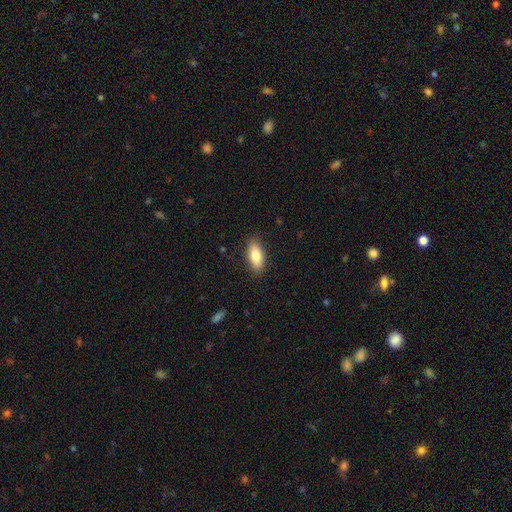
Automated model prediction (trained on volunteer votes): smooth_or_featured: smooth (p=0.81) [alt: featured or disk p=0.12]
how_rounded: in between (p=0.81) [alt: cigar-shaped p=0.16]
merging: none (p=0.88) [alt: minor disturbance p=0.09]